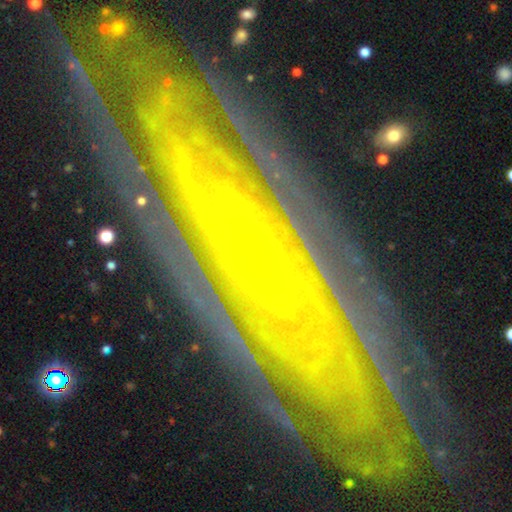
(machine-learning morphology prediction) Smooth or featured?
  - featured or disk: 87% *
  - star or artifact: 7%
  - smooth: 6%
Edge-on disk?
  - no: 89% *
  - yes: 11%
Bar?
  - no: 45% *
  - weak: 32%
  - strong: 23%
Spiral arms?
  - yes: 94% *
  - no: 6%
Spiral winding?
  - tight: 71% *
  - medium: 22%
  - loose: 7%
Spiral arm count?
  - 2: 36% *
  - can't tell: 25%
  - 3: 12%
  - 4: 9%
  - more than 4: 9%
  - 1: 8%
Bulge size?
  - small: 59% *
  - moderate: 35%
  - large: 3%
  - none: 2%
  - dominant: 1%
Merging?
  - none: 75% *
  - minor disturbance: 15%
  - major disturbance: 7%
  - merger: 2%